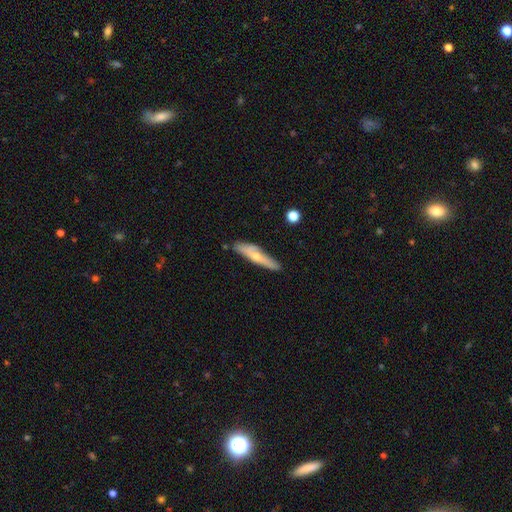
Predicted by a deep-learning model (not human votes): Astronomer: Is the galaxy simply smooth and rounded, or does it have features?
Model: smooth — 50% (runner-up: featured or disk, 44%).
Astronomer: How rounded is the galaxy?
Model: cigar-shaped — 82%.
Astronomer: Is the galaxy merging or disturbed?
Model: none — 75%.